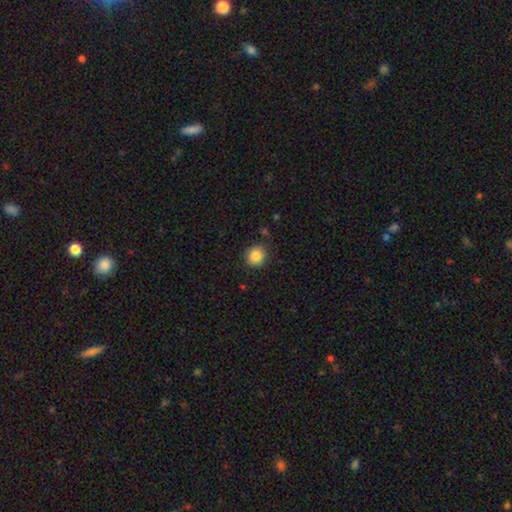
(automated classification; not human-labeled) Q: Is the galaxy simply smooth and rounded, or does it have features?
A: smooth — 86%.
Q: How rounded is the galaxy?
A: round — 88%.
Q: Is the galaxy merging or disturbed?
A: none — 86%.